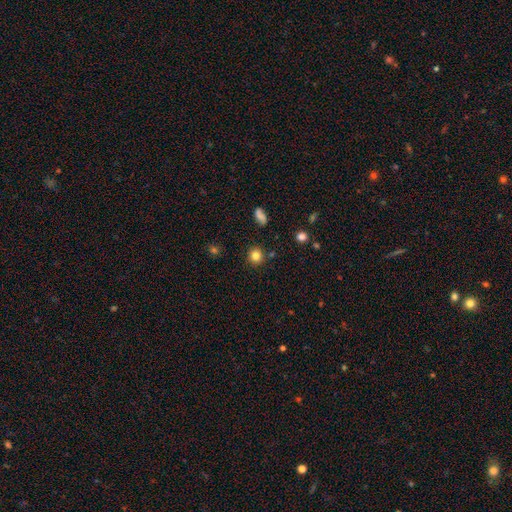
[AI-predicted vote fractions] This is clearly a smooth galaxy (82%). How rounded: clearly round (91%). Merging: clearly none (87%).